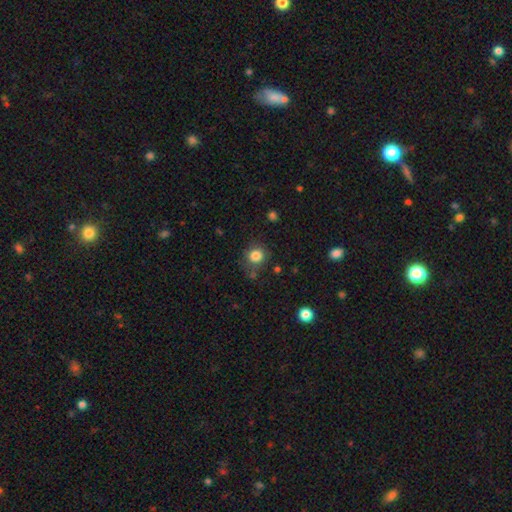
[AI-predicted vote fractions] Morphology: type=smooth (83%); roundness=round (84%); merging=none (76%).